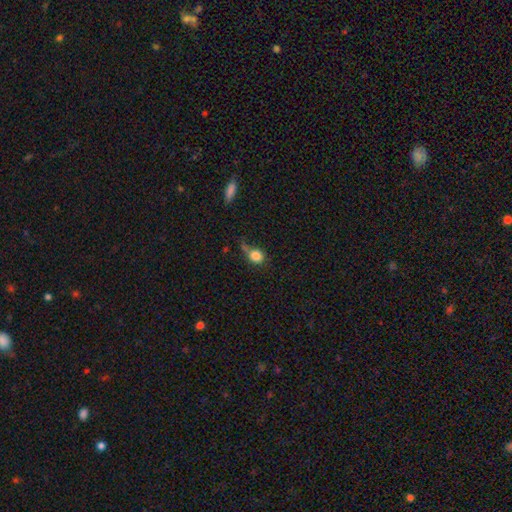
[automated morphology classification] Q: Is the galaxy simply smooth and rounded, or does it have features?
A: smooth — 82%.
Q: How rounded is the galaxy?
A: round — 70%.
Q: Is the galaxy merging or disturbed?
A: none — 42%.